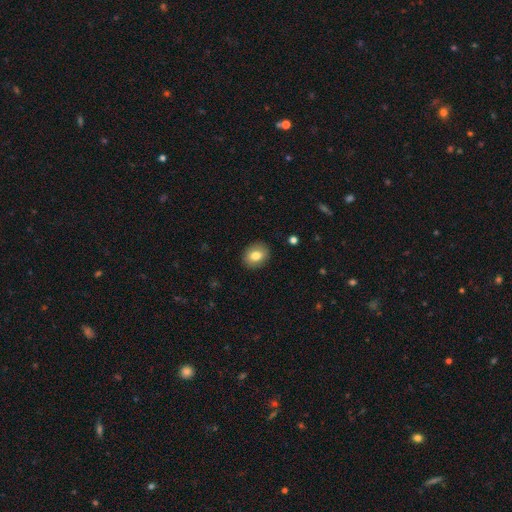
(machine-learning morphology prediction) A smooth galaxy with no disk features (80%) that is in between round and cigar-shaped (53%). Merging: none (89%).